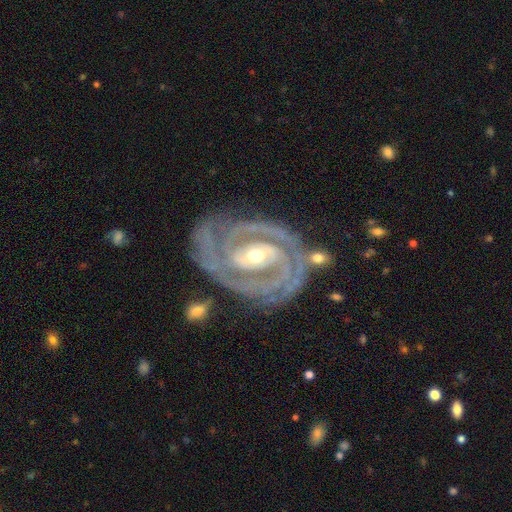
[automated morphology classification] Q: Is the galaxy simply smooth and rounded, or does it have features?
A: featured or disk — 93%.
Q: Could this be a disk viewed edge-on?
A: no — 97%.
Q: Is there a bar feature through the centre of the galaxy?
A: strong — 37%, tied with weak.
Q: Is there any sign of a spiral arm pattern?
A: yes — 98%.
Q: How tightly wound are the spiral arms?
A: tight — 77%.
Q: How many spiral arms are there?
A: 2 — 46%.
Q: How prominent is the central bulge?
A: moderate — 56%.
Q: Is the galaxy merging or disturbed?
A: none — 72%.